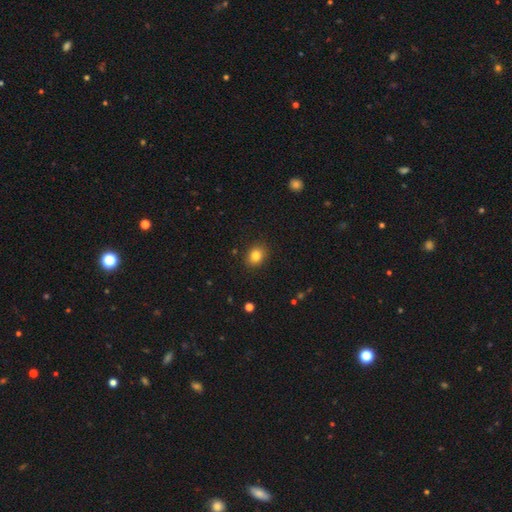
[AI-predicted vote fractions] A smooth galaxy with no disk features (82%) that is round (53%). Merging: none (88%).